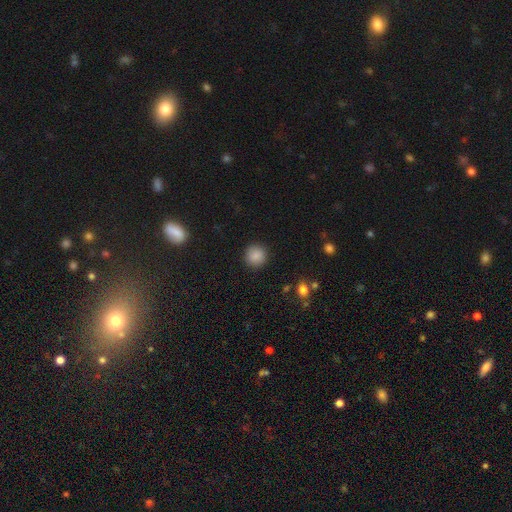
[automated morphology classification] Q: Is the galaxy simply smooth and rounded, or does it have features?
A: smooth — 87%.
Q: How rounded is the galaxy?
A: round — 93%.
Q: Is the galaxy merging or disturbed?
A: none — 91%.